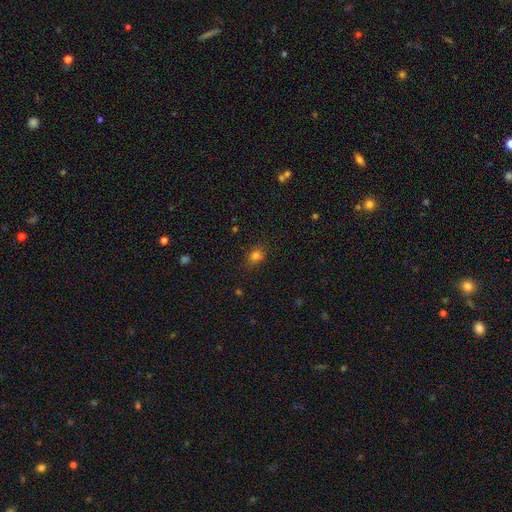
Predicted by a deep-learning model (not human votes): Overall: smooth (76%). How rounded: in between (53%; round 45%). Merging: none (75%).